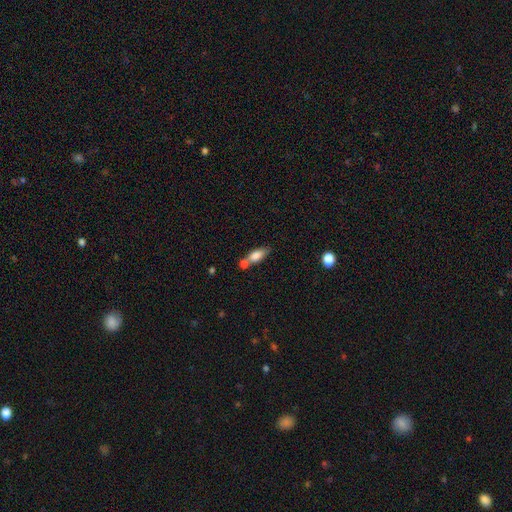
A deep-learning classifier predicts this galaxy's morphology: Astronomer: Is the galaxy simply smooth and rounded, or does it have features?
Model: smooth — 78%.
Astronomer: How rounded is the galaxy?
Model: in between — 77%.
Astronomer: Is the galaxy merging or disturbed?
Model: merger — 42% (runner-up: none, 39%).